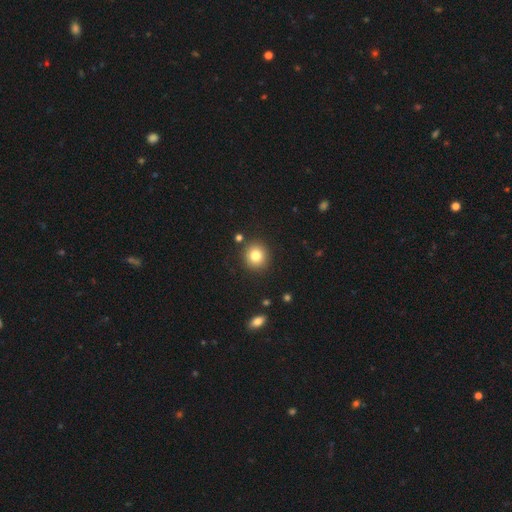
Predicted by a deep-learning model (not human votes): A smooth galaxy with no disk features (80%) that is round (90%).

Vote fractions:
- Smooth or featured? smooth: 80% / star or artifact: 11% / featured or disk: 8%
- How rounded? round: 90% / in between: 9% / cigar-shaped: 1%
- Merging? none: 89% / minor disturbance: 6% / merger: 3% / major disturbance: 2%